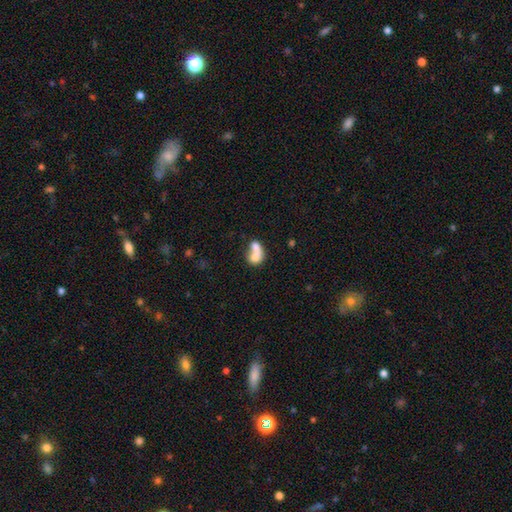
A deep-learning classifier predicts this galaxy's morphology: This is likely a smooth galaxy (69%). How rounded: likely in between (62%). Merging: likely merger (68%).